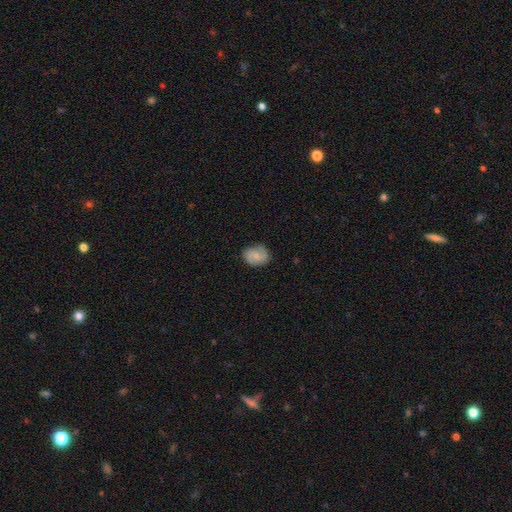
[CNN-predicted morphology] Smooth or featured? smooth (58%)
How rounded? in between (52%)
Merging? none (68%)